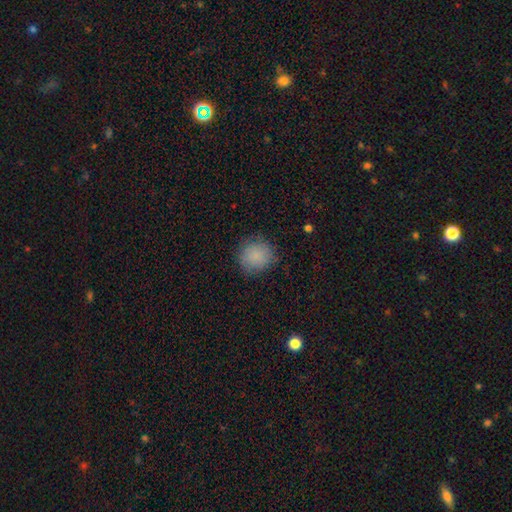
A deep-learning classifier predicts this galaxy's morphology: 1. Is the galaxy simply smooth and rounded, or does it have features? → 86% smooth, 9% star or artifact, 5% featured or disk.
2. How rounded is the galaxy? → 92% round, 7% in between, 1% cigar-shaped.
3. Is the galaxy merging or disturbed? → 83% none, 12% minor disturbance, 4% major disturbance, 1% merger.